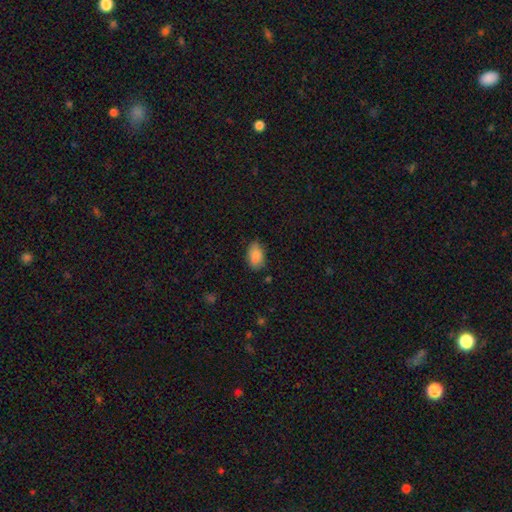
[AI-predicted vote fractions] Smooth or featured: smooth — 87% (star or artifact — 8%)
How rounded: in between — 90% (round — 8%)
Merging: none — 75% (minor disturbance — 19%)